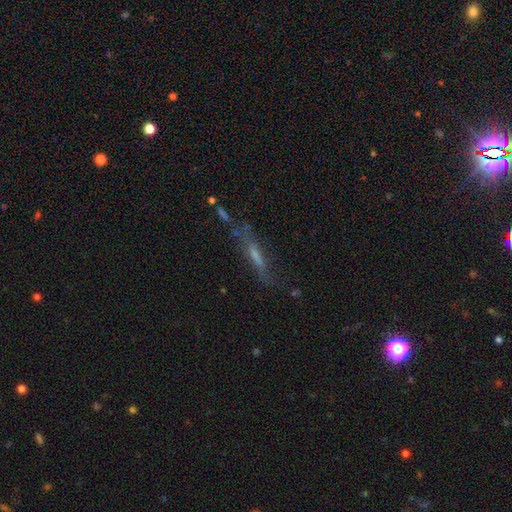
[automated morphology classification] This is possibly a featured or disk galaxy (46%). Merging: possibly none (54%).